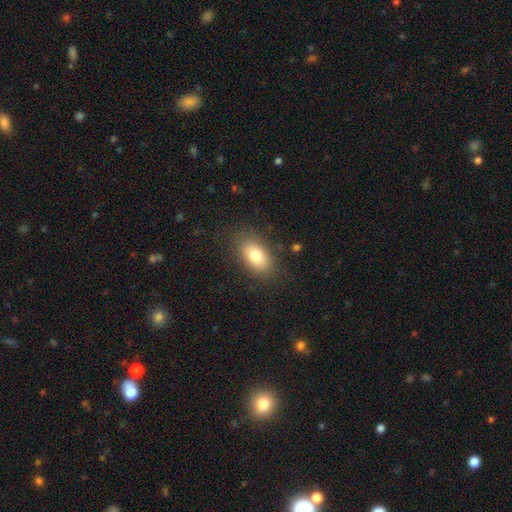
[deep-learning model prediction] Smooth or featured?
  - smooth: 79% *
  - featured or disk: 13%
  - star or artifact: 8%
How rounded?
  - in between: 89% *
  - round: 8%
  - cigar-shaped: 3%
Merging?
  - none: 82% *
  - minor disturbance: 12%
  - major disturbance: 4%
  - merger: 1%